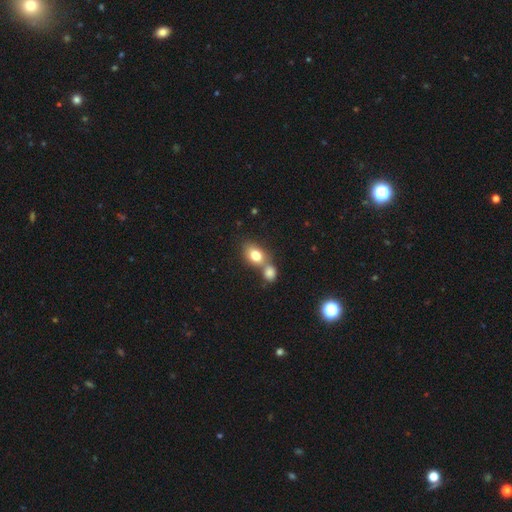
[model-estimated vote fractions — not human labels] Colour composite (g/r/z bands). It shows a smooth galaxy with no disk features (78%) that is in between round and cigar-shaped (73%). Merging: merger (53%).